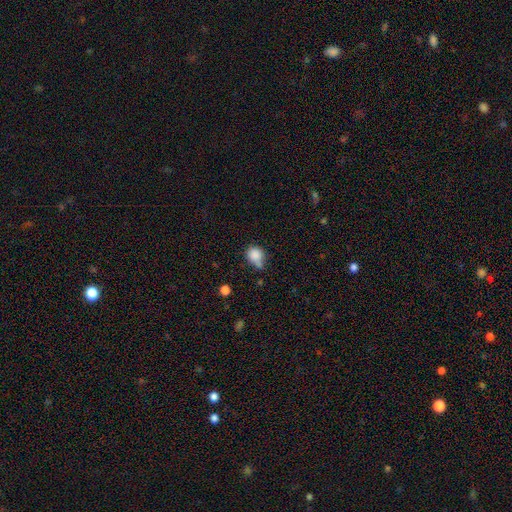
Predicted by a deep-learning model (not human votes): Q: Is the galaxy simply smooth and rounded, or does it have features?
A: smooth — 83%.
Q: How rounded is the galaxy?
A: round — 72%.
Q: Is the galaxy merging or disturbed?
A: none — 43%.